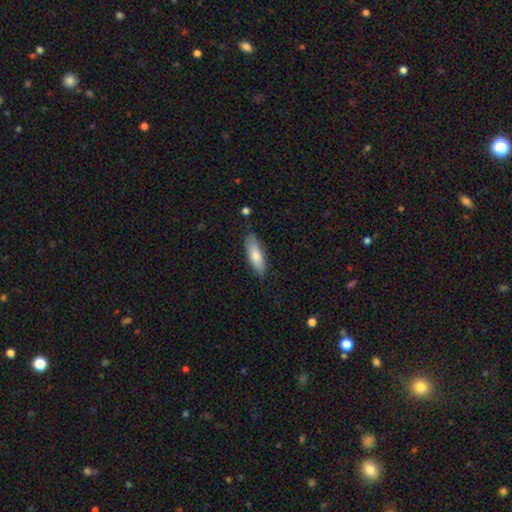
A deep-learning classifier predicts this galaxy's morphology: This appears to be a smooth galaxy with no disk features (77%) that is in between round and cigar-shaped (56%). Merging: none (82%).